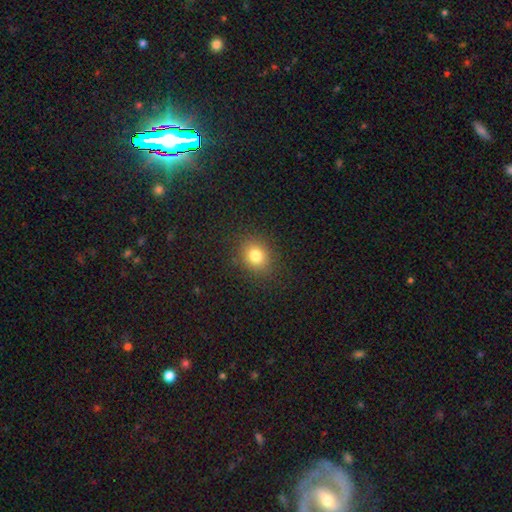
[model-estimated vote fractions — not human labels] A smooth galaxy with no disk features (80%) that is round (63%).

Vote fractions:
- Smooth or featured? smooth: 80% / star or artifact: 13% / featured or disk: 7%
- How rounded? round: 63% / in between: 36% / cigar-shaped: 1%
- Merging? none: 88% / minor disturbance: 8% / major disturbance: 3% / merger: 1%